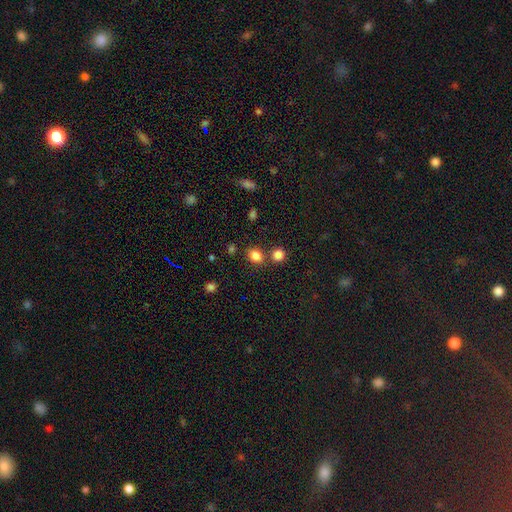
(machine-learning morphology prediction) smooth-or-featured: smooth: 83% | star or artifact: 12% | featured or disk: 5%
  how-rounded: round: 52% | in between: 47% | cigar-shaped: 1%
  merging: none: 70% | merger: 17% | minor disturbance: 10% | major disturbance: 3%